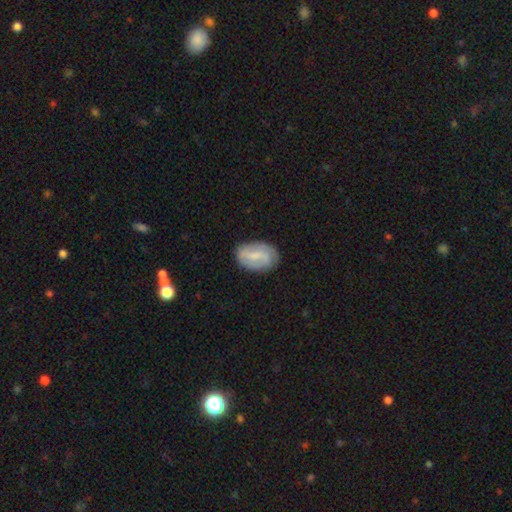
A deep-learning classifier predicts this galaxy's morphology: This is possibly a featured or disk galaxy (52%). It is clearly not viewed edge-on (96%). Merging: likely none (75%).